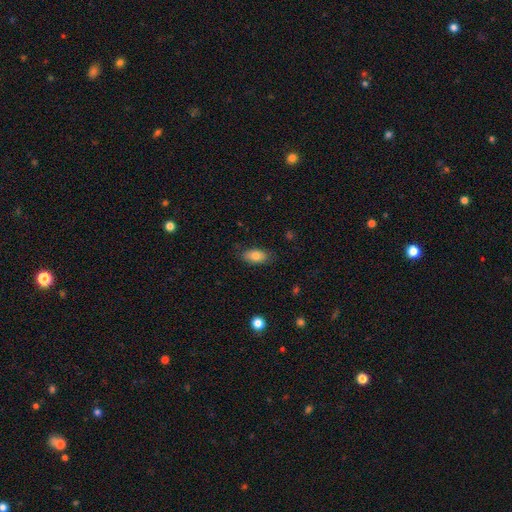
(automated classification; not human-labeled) Smooth or featured: smooth — 80% (featured or disk — 12%)
How rounded: in between — 90% (cigar-shaped — 6%)
Merging: none — 81% (minor disturbance — 14%)